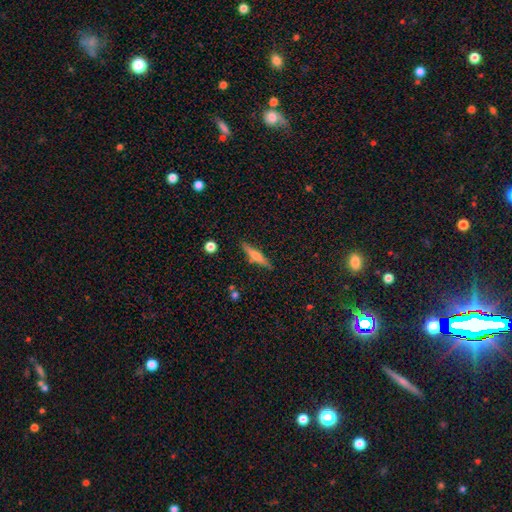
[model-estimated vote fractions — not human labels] Smooth or featured?
  - smooth: 51% *
  - featured or disk: 42%
  - star or artifact: 7%
How rounded?
  - cigar-shaped: 88% *
  - in between: 10%
  - round: 2%
Merging?
  - none: 86% *
  - minor disturbance: 9%
  - merger: 2%
  - major disturbance: 2%